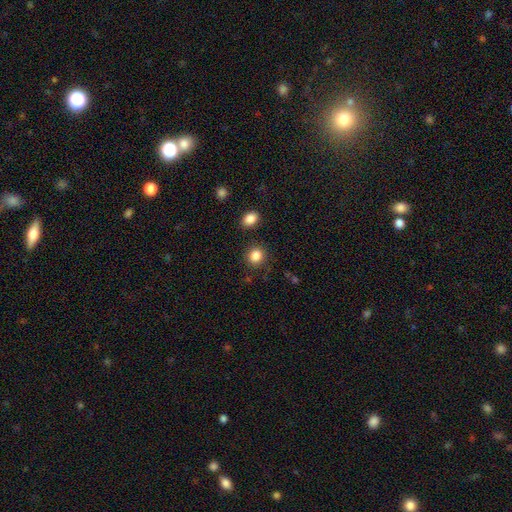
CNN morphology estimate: The model was most divided on "how rounded": round: 83%, in between: 16%, cigar-shaped: 1%. More confident: merging — none (87%); smooth or featured — smooth (86%).